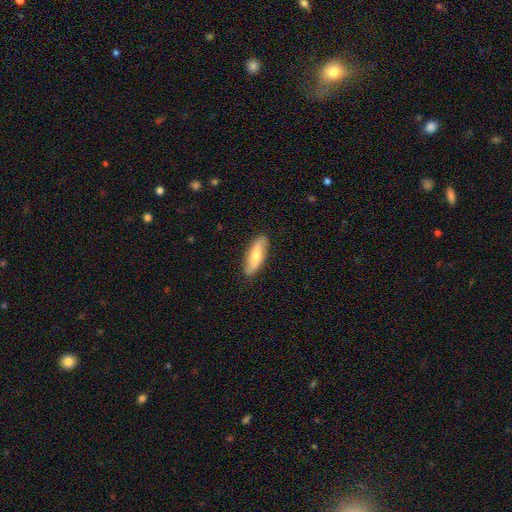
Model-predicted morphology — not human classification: A smooth galaxy with no disk features (57%) that is in between round and cigar-shaped (58%). Merging: none (87%).